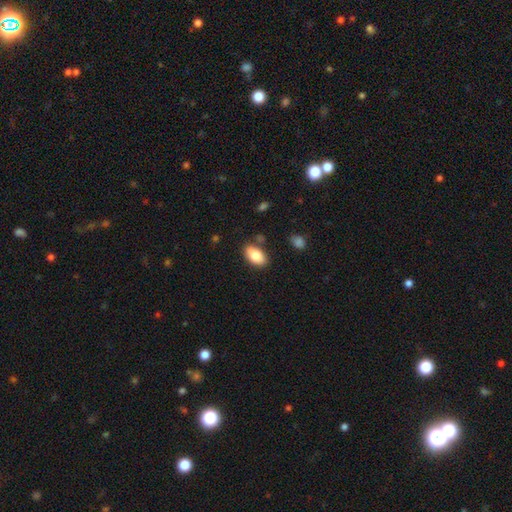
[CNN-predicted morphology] Smooth or featured?
  - smooth: 82% *
  - featured or disk: 11%
  - star or artifact: 7%
How rounded?
  - in between: 93% *
  - round: 5%
  - cigar-shaped: 2%
Merging?
  - none: 80% *
  - minor disturbance: 13%
  - merger: 4%
  - major disturbance: 3%